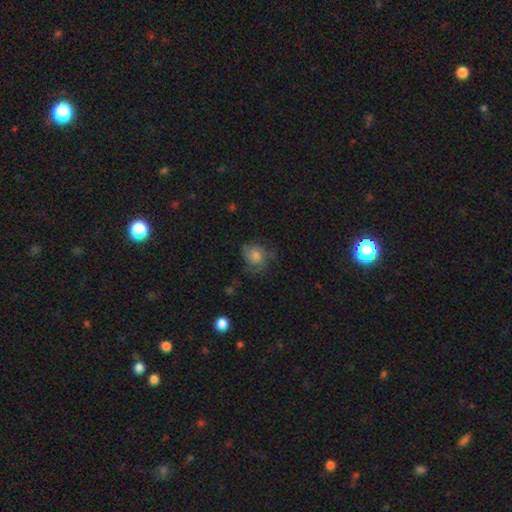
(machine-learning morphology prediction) Smooth or featured? Predicted: smooth (p=0.51). How rounded? Predicted: round (p=0.69). Merging? Predicted: none (p=0.56).